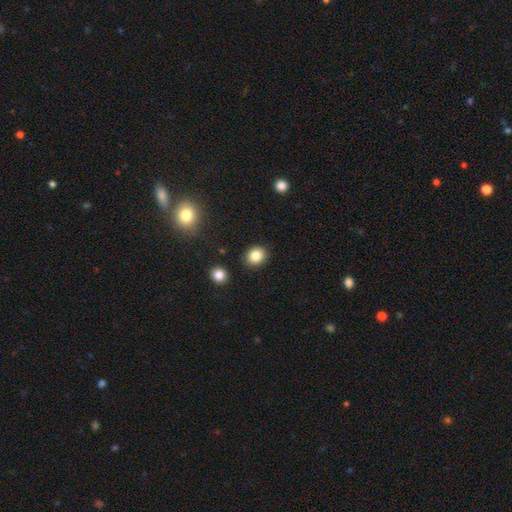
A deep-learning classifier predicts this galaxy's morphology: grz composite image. It shows a smooth galaxy with no disk features (84%) that is round (70%). Merging: none (89%).